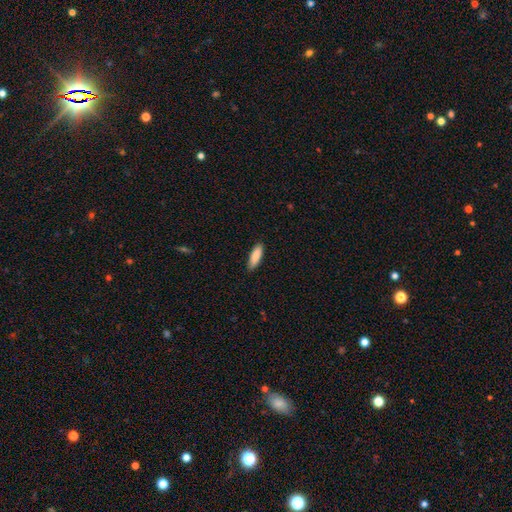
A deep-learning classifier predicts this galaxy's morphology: This appears to be a smooth galaxy with no disk features (88%) that is in between round and cigar-shaped (52%). Merging: none (87%).